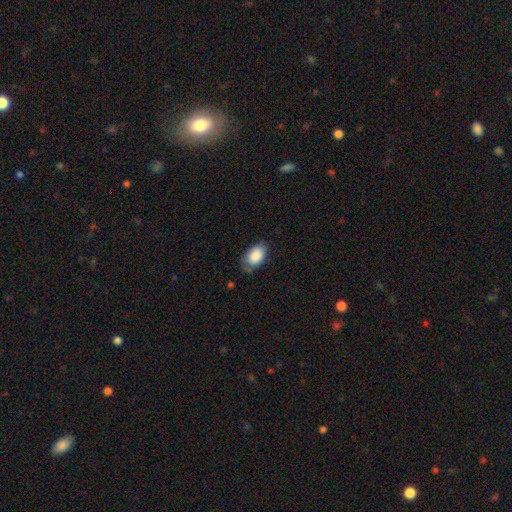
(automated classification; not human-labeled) smooth-or-featured: smooth: 86% | featured or disk: 7% | star or artifact: 7%
  how-rounded: in between: 91% | round: 8% | cigar-shaped: 1%
  merging: none: 65% | minor disturbance: 27% | major disturbance: 6% | merger: 2%